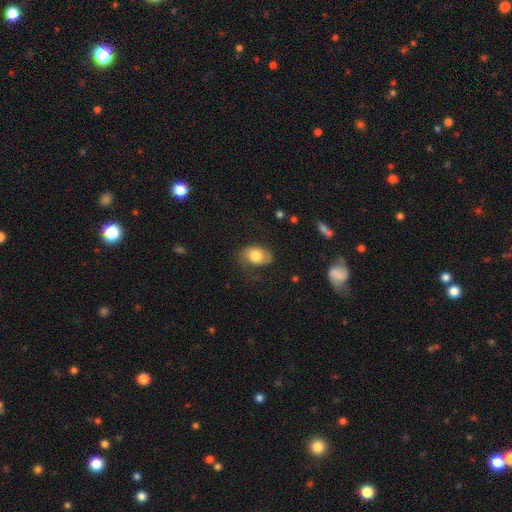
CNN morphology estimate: Overall: smooth (67%). How rounded: in between (78%). Merging: none (55%; minor disturbance 26%).